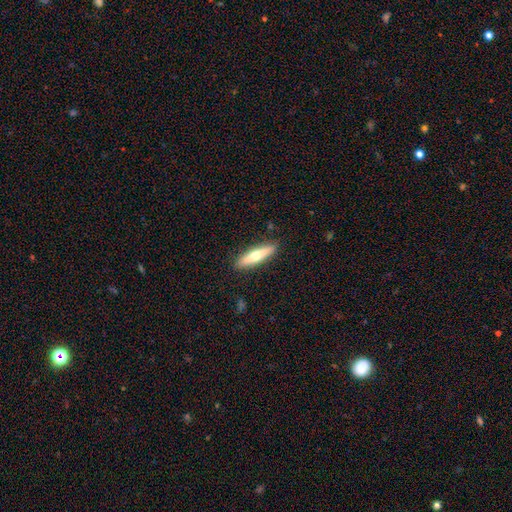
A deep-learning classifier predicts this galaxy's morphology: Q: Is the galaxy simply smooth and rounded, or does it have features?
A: smooth — 49%.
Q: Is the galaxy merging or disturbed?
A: none — 89%.